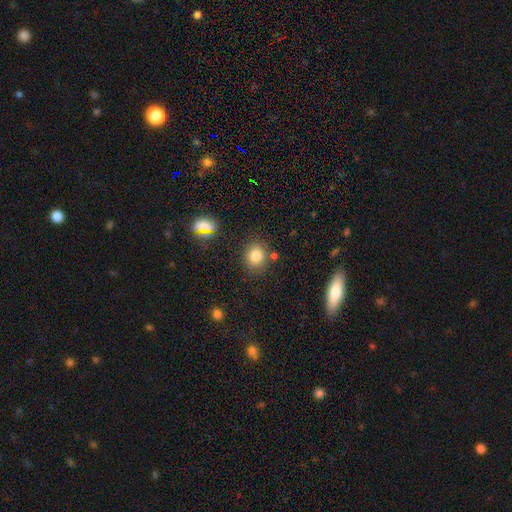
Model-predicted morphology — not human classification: Q: Smooth or featured?
A: smooth (79%); runner-up: star or artifact (14%)
Q: How rounded?
A: round (71%); runner-up: in between (28%)
Q: Merging?
A: none (81%); runner-up: minor disturbance (10%)